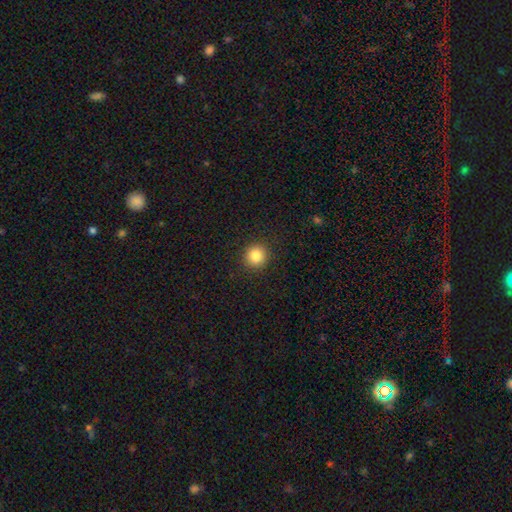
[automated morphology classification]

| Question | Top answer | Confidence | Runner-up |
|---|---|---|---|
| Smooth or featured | smooth | 84% | star or artifact (10%) |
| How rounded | round | 93% | in between (6%) |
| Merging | none | 92% | minor disturbance (5%) |